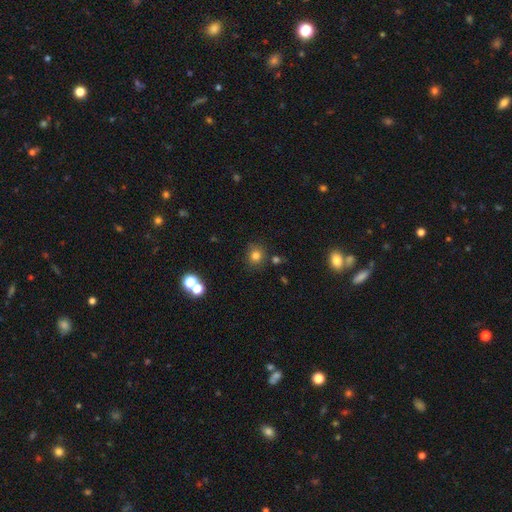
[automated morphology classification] This is likely a smooth galaxy (78%). How rounded: clearly round (83%). Merging: likely none (79%).